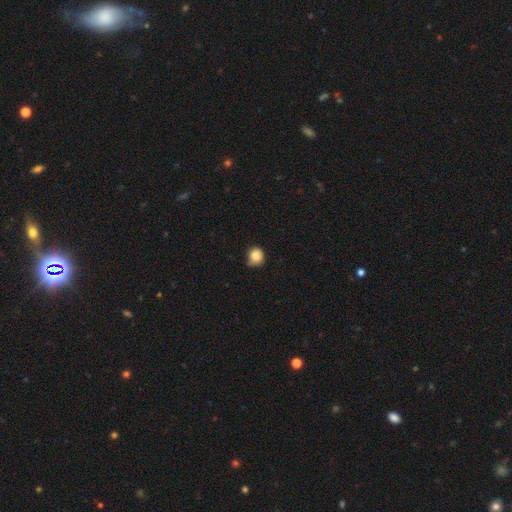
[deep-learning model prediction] Morphology: type=smooth (84%); roundness=round (79%); merging=none (54%).